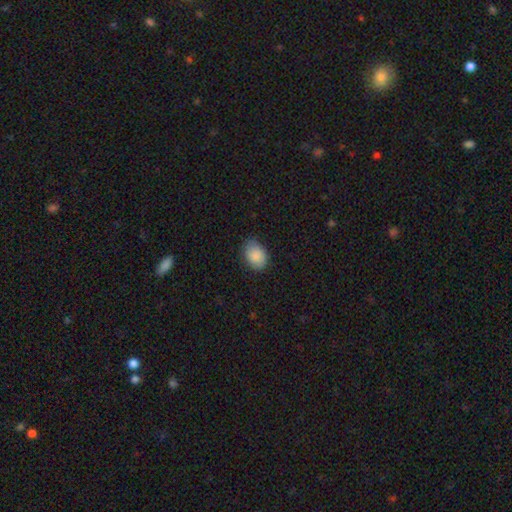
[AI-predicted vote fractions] This is clearly a smooth galaxy (89%). How rounded: likely in between (73%). Merging: likely none (78%).